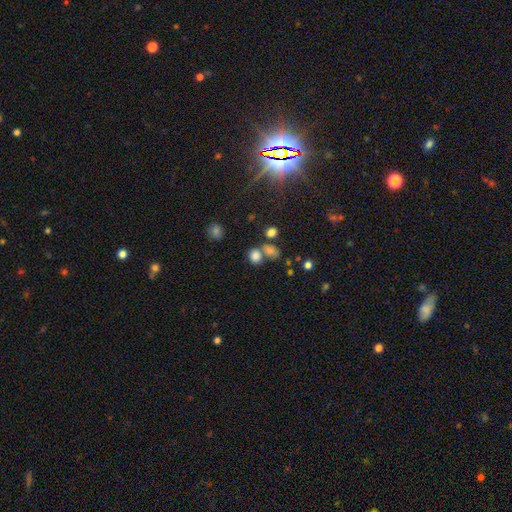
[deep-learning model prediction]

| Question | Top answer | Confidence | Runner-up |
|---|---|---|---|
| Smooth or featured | smooth | 79% | star or artifact (14%) |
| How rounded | round | 52% | in between (46%) |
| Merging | none | 48% | merger (35%) |